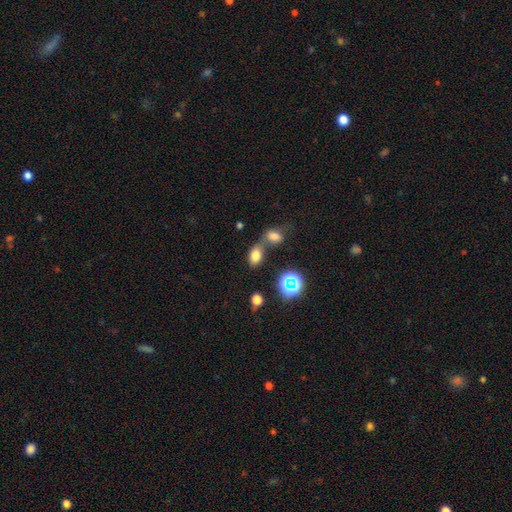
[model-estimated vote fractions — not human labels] smooth 74%, star or artifact 17%, featured or disk 9%. Down the decision tree: how rounded — in between (80%); merging — merger (41%, tied with none).